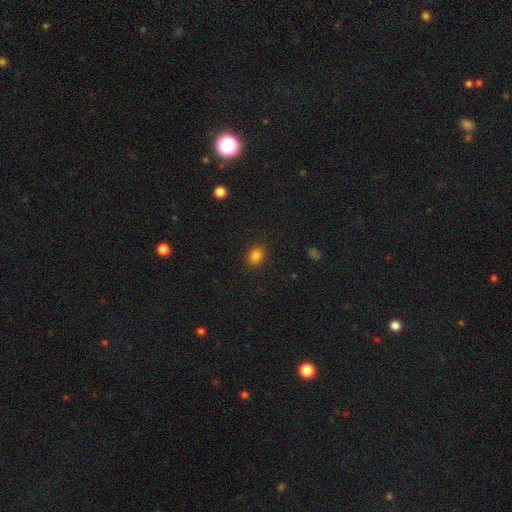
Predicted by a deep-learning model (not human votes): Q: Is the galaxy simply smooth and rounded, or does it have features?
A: smooth — 83%.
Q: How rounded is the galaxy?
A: round — 53%.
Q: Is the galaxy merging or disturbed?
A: none — 88%.